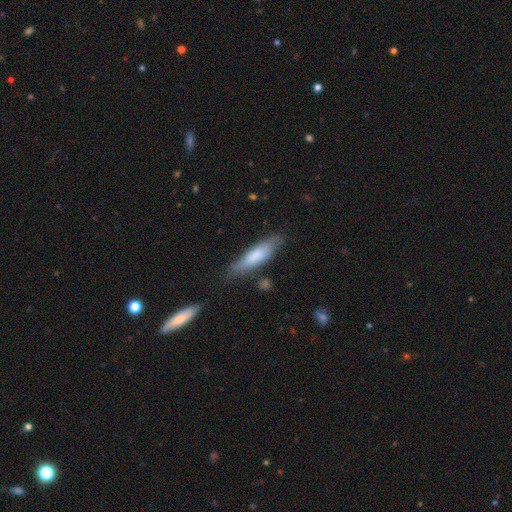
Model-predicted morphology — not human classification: Smooth or featured?
  - smooth: 74% *
  - featured or disk: 21%
  - star or artifact: 6%
How rounded?
  - cigar-shaped: 71% *
  - in between: 28%
  - round: 1%
Merging?
  - none: 75% *
  - minor disturbance: 18%
  - major disturbance: 4%
  - merger: 3%